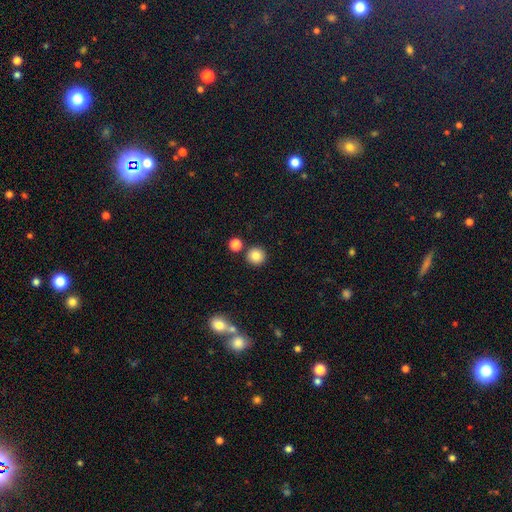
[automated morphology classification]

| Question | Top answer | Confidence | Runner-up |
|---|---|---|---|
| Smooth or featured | smooth | 84% | star or artifact (10%) |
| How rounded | round | 95% | in between (4%) |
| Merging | none | 86% | merger (6%) |